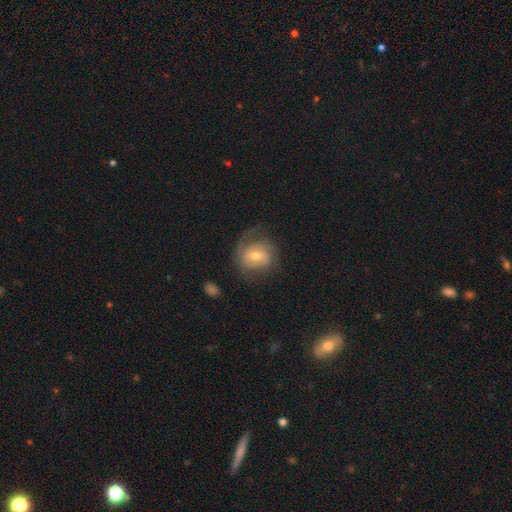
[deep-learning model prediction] featured or disk 59%, smooth 33%, star or artifact 8%. Down the decision tree: edge-on disk — no (96%); bar — no (45%); spiral arms — yes (81%); bulge size — moderate (61%); merging — none (59%).